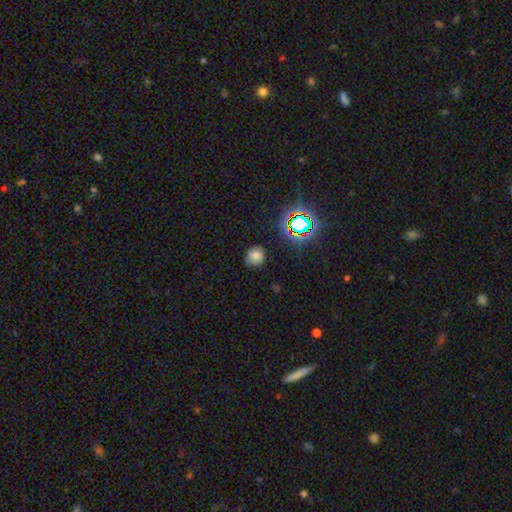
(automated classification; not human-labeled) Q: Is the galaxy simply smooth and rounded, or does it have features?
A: smooth — 73%.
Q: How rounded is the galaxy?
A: round — 83%.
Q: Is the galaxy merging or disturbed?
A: none — 81%.